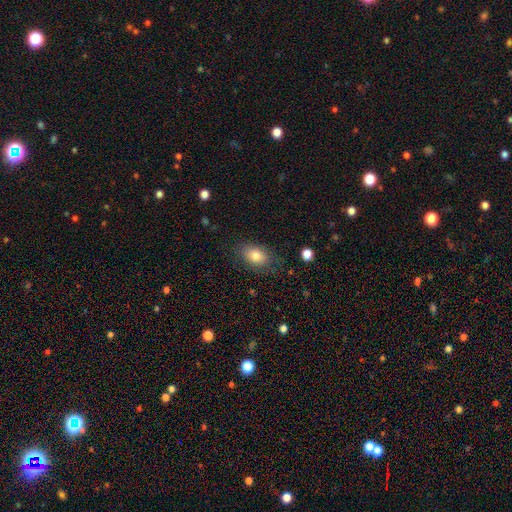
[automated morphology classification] A smooth galaxy with no disk features (81%) that is in between round and cigar-shaped (86%).

Vote fractions:
- Smooth or featured? smooth: 81% / featured or disk: 10% / star or artifact: 9%
- How rounded? in between: 86% / round: 13% / cigar-shaped: 2%
- Merging? none: 77% / minor disturbance: 16% / major disturbance: 5% / merger: 1%